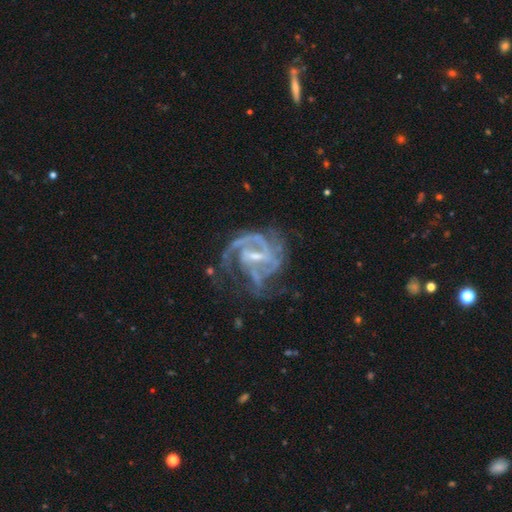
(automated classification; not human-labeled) Smooth or featured?
  - featured or disk: 89% *
  - star or artifact: 6%
  - smooth: 5%
Edge-on disk?
  - no: 98% *
  - yes: 2%
Bar?
  - weak: 50% *
  - strong: 35%
  - no: 15%
Spiral arms?
  - yes: 95% *
  - no: 5%
Spiral winding?
  - medium: 46% *
  - tight: 40%
  - loose: 14%
Spiral arm count?
  - 2: 33% *
  - 3: 26%
  - can't tell: 22%
  - 1: 7%
  - 4: 7%
  - more than 4: 5%
Bulge size?
  - small: 55% *
  - moderate: 33%
  - none: 10%
  - large: 2%
  - dominant: 1%
Merging?
  - none: 48% *
  - major disturbance: 29%
  - minor disturbance: 20%
  - merger: 3%